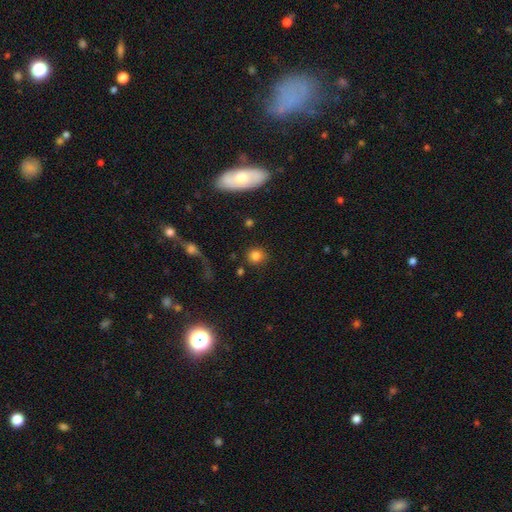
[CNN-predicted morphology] Smooth or featured? smooth (81%)
How rounded? round (90%)
Merging? none (84%)